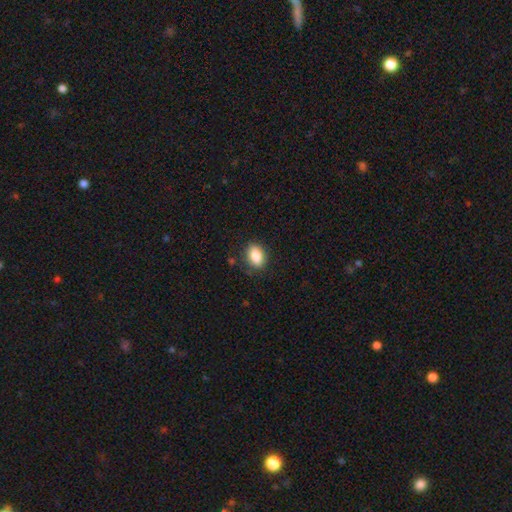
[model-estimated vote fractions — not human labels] smooth_or_featured: smooth (p=0.86) [alt: star or artifact p=0.08]
how_rounded: in between (p=0.82) [alt: round p=0.16]
merging: none (p=0.85) [alt: minor disturbance p=0.11]